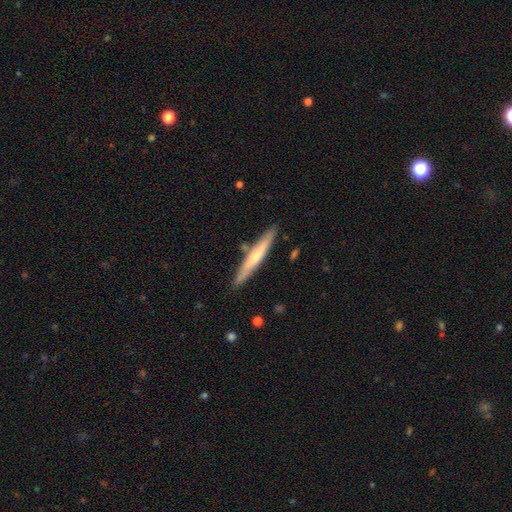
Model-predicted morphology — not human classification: This is possibly a featured or disk galaxy (48%). Merging: clearly none (85%).